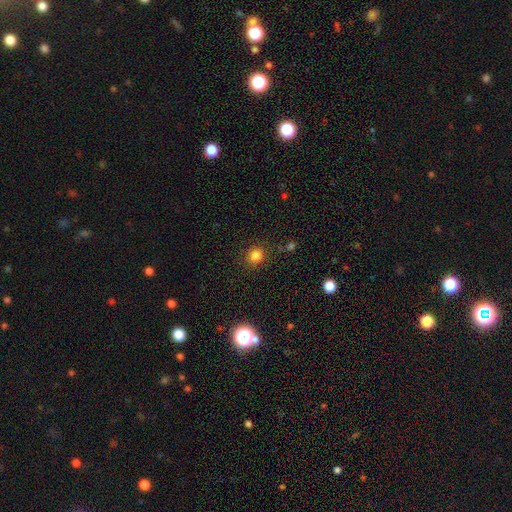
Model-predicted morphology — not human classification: smooth-or-featured: smooth: 82% | star or artifact: 13% | featured or disk: 4%
  how-rounded: round: 83% | in between: 16% | cigar-shaped: 1%
  merging: none: 86% | minor disturbance: 9% | major disturbance: 3% | merger: 2%